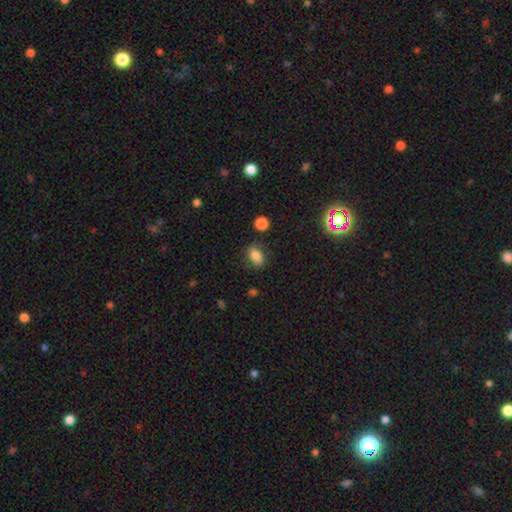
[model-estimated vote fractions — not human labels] This is likely a smooth galaxy (79%). How rounded: clearly in between (85%). Merging: likely none (75%).